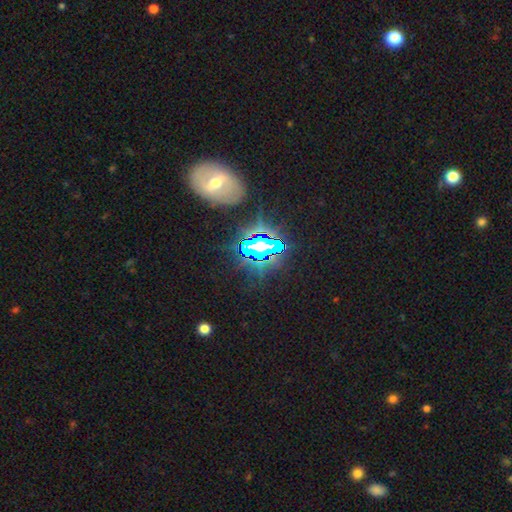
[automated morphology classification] smooth_or_featured: star or artifact (p=0.61) [alt: featured or disk p=0.20]